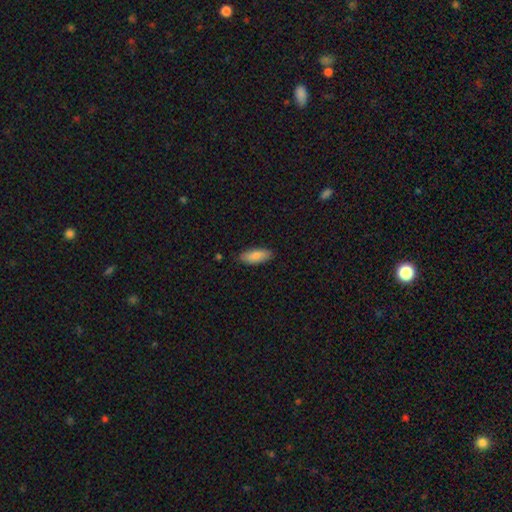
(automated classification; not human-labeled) This is clearly a smooth galaxy (84%). How rounded: clearly in between (81%). Merging: clearly none (86%).